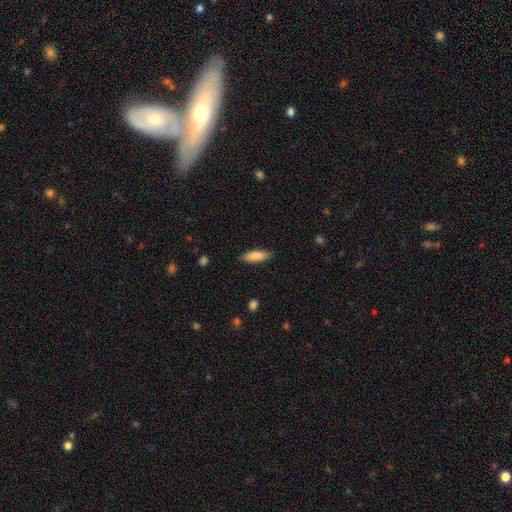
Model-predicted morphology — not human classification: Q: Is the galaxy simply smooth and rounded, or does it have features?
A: smooth — 86%.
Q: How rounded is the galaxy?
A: in between — 51%.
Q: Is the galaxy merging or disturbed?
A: none — 87%.